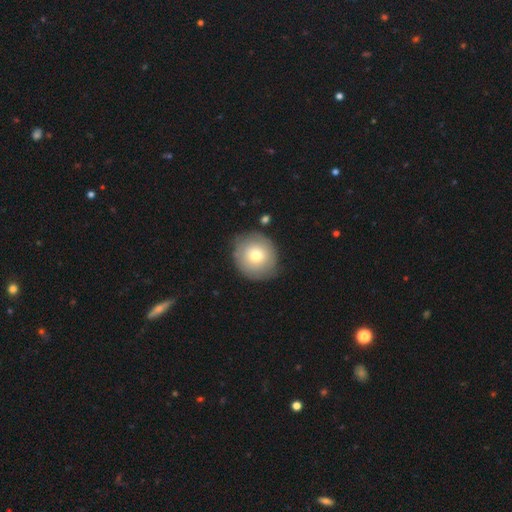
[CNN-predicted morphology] smooth_or_featured: smooth (p=0.71) [alt: featured or disk p=0.21]
how_rounded: round (p=0.90) [alt: in between p=0.09]
merging: none (p=0.79) [alt: minor disturbance p=0.14]